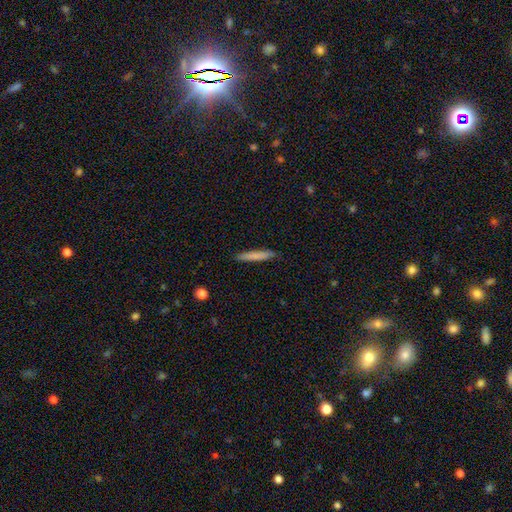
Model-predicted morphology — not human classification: This is likely a smooth galaxy (78%). How rounded: clearly cigar-shaped (93%). Merging: clearly none (87%).